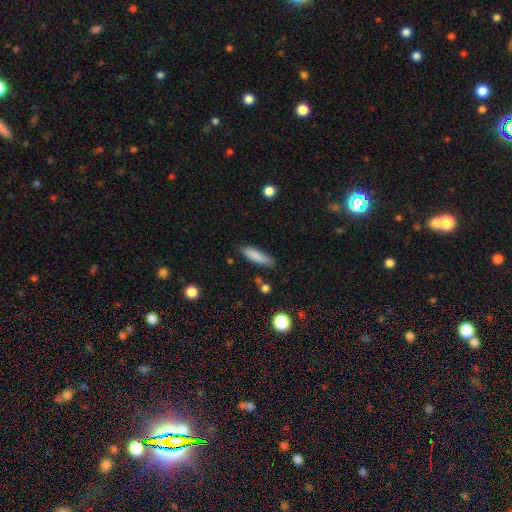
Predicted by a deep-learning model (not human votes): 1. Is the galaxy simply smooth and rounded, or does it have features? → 84% smooth, 9% featured or disk, 7% star or artifact.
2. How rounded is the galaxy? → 64% cigar-shaped, 34% in between, 2% round.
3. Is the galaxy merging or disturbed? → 79% none, 15% minor disturbance, 3% major disturbance, 3% merger.